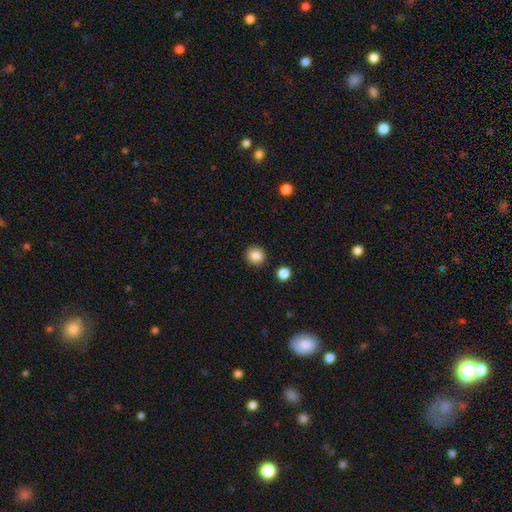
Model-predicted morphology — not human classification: Smooth or featured: smooth — 86% (star or artifact — 10%)
How rounded: round — 91% (in between — 8%)
Merging: none — 91% (minor disturbance — 5%)